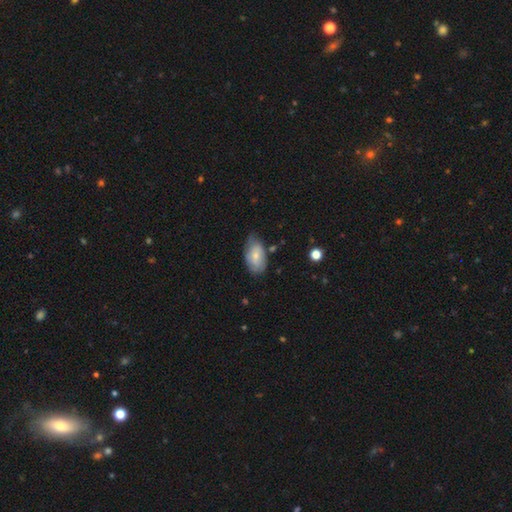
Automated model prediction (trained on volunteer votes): Overall: smooth (61%; featured or disk 32%). How rounded: in between (92%). Merging: none (57%; minor disturbance 33%).